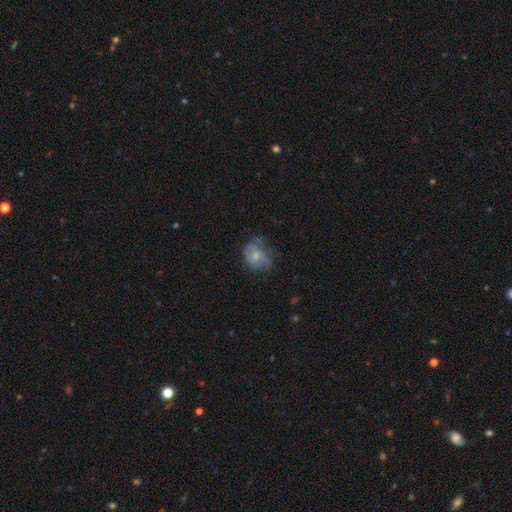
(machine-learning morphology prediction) A smooth galaxy with no disk features (51%) that is round (50%).

Vote fractions:
- Smooth or featured? smooth: 51% / featured or disk: 40% / star or artifact: 9%
- How rounded? round: 50% / in between: 49% / cigar-shaped: 1%
- Merging? none: 41% / minor disturbance: 31% / major disturbance: 25% / merger: 3%